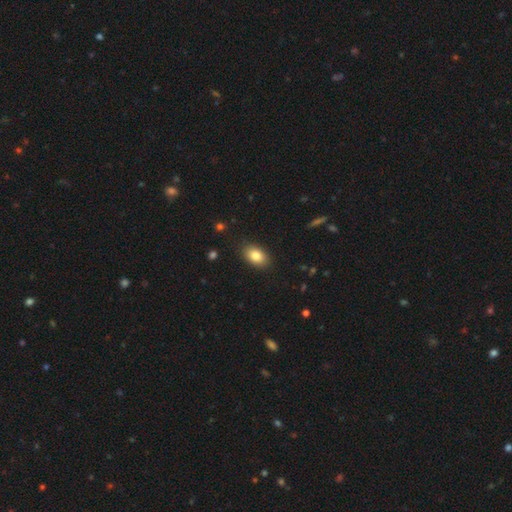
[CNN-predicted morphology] Smooth or featured? Predicted: smooth (p=0.84). How rounded? Predicted: in between (p=0.89). Merging? Predicted: none (p=0.87).